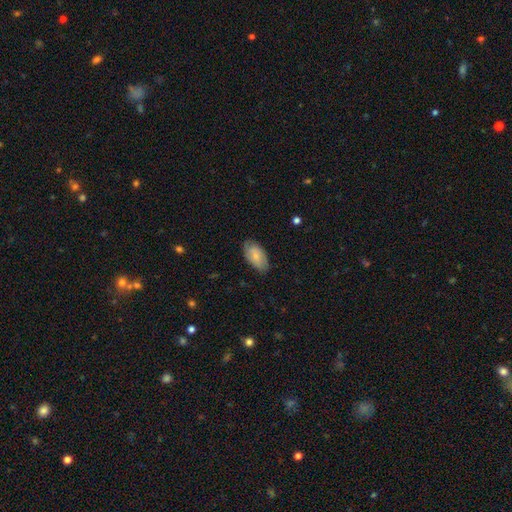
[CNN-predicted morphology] This appears to be a smooth galaxy with no disk features (68%) that is in between round and cigar-shaped (94%). Merging: none (73%).